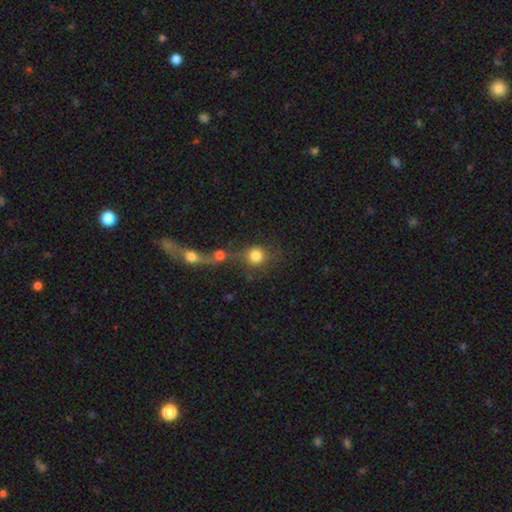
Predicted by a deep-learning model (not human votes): A smooth galaxy with no disk features (78%) that is round (89%).

Vote fractions:
- Smooth or featured? smooth: 78% / star or artifact: 11% / featured or disk: 10%
- How rounded? round: 89% / in between: 10% / cigar-shaped: 1%
- Merging? merger: 46% / none: 38% / major disturbance: 8% / minor disturbance: 8%